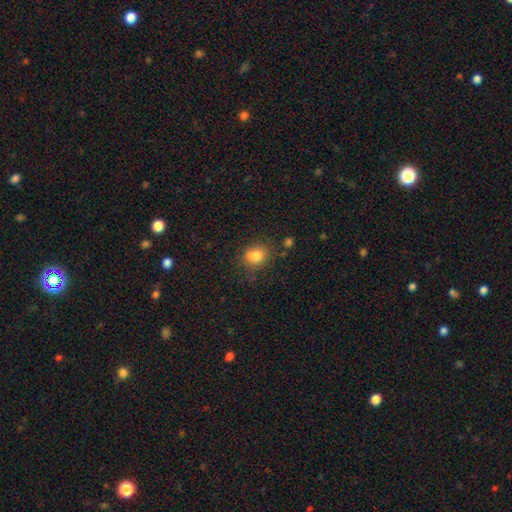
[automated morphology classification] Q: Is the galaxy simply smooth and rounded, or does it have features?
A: smooth — 81%.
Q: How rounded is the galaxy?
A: round — 59%.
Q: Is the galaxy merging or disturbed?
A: none — 64%.